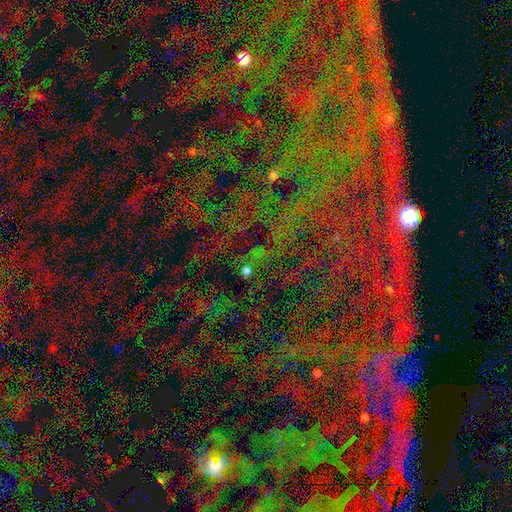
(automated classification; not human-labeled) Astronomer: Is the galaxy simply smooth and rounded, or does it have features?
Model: star or artifact — 81%.